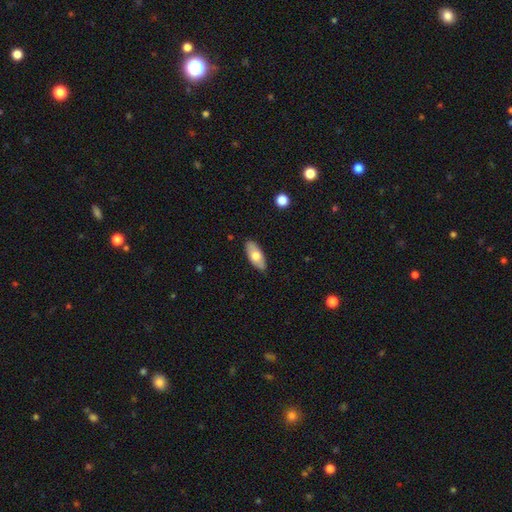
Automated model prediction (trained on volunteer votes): smooth 68%, featured or disk 26%, star or artifact 6%. Down the decision tree: how rounded — in between (86%); merging — none (86%).